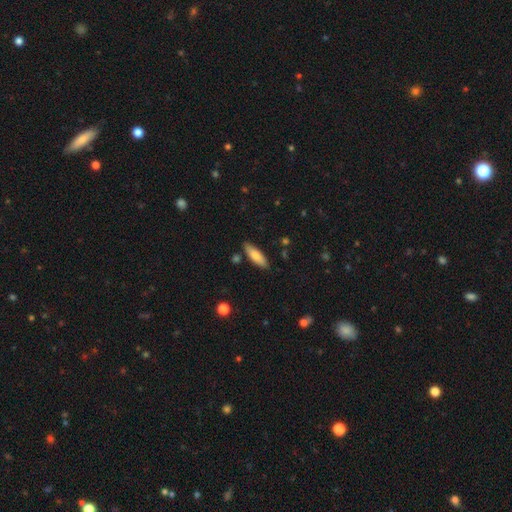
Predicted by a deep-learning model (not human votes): Morphology: type=smooth (77%); roundness=in between (51%); merging=none (84%).